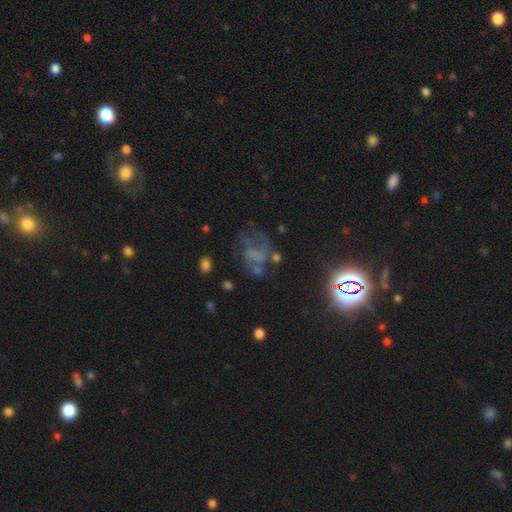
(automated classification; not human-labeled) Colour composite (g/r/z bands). It shows a featured or disk galaxy (42%). Merging: none (40%).